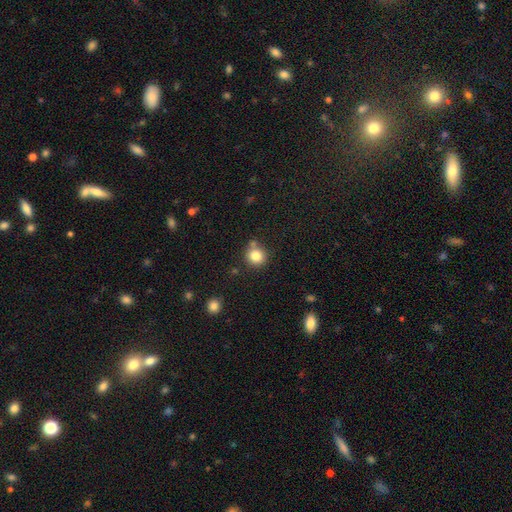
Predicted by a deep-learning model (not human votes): smooth 83%, star or artifact 11%, featured or disk 6%. Down the decision tree: how rounded — round (89%); merging — none (73%).